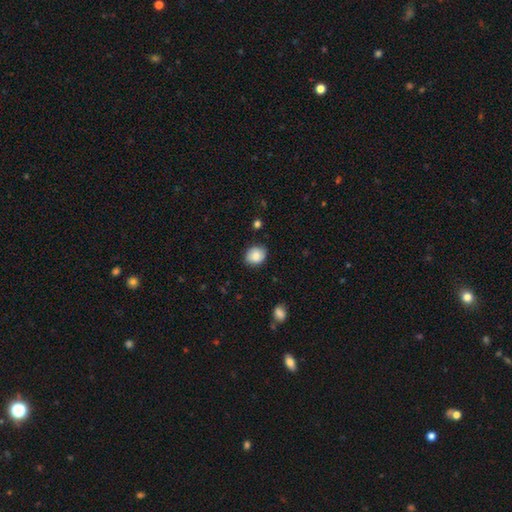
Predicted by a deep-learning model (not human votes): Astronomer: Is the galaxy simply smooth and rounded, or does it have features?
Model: smooth — 84%.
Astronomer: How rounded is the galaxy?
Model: round — 64%.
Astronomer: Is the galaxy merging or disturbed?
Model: none — 82%.